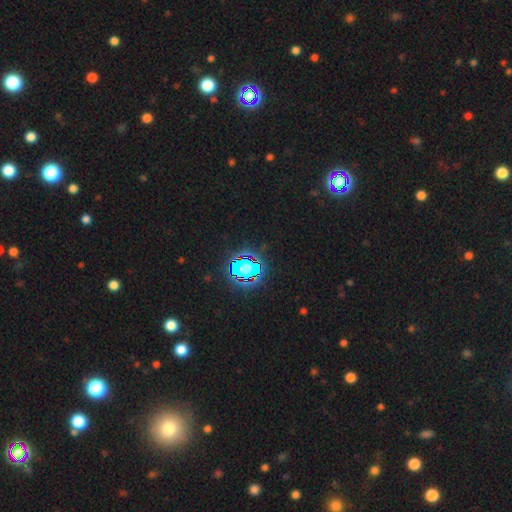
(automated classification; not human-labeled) The model was most divided on "smooth or featured": star or artifact: 83%, smooth: 10%, featured or disk: 7%.